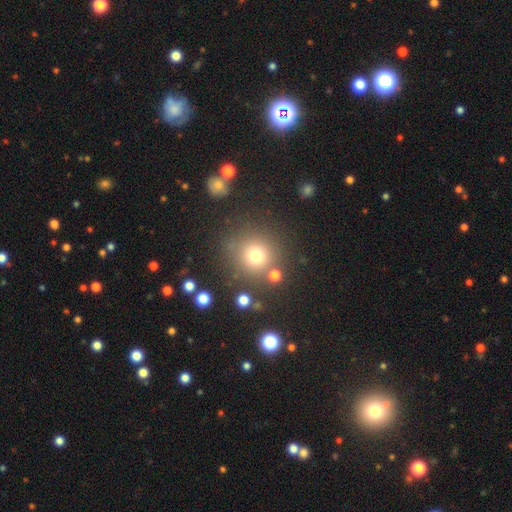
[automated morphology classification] Smooth or featured? Predicted: smooth (p=0.74). How rounded? Predicted: round (p=0.92). Merging? Predicted: none (p=0.79).